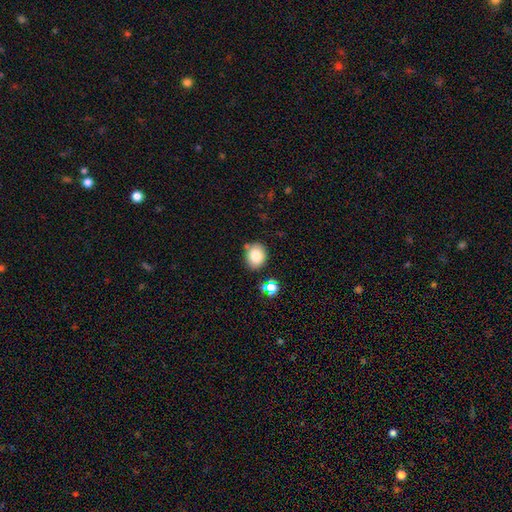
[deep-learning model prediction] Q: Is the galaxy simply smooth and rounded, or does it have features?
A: smooth — 81%.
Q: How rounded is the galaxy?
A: round — 58%.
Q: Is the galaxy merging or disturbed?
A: none — 76%.